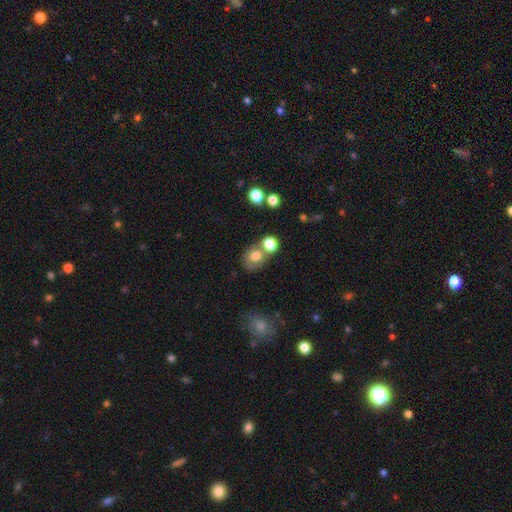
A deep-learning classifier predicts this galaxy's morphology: This appears to be a smooth galaxy with no disk features (76%) that is round (68%). Merging: none (45%).